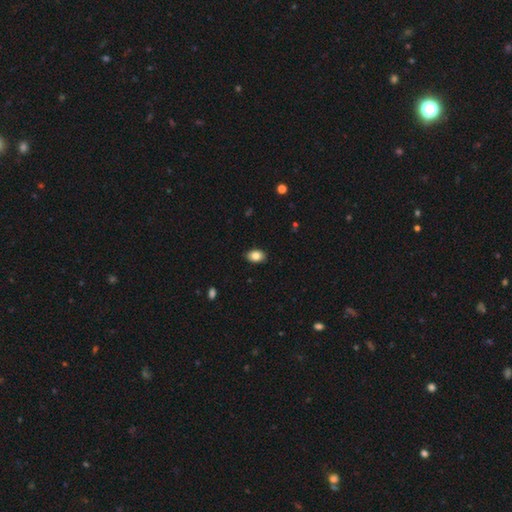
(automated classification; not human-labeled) Morphology: type=smooth (84%); roundness=in between (84%); merging=none (88%).